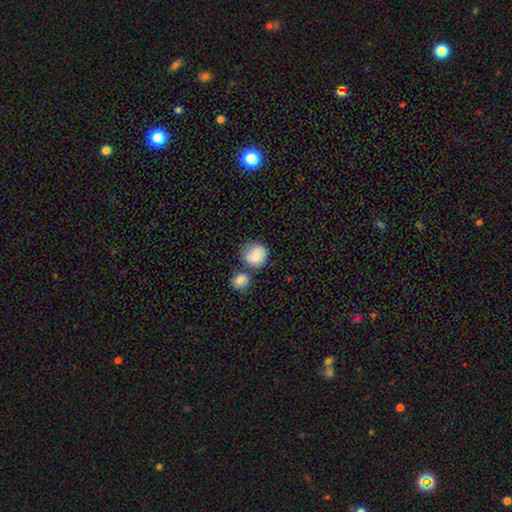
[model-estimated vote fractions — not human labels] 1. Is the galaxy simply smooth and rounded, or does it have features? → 83% smooth, 10% featured or disk, 7% star or artifact.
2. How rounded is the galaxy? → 85% round, 14% in between, 1% cigar-shaped.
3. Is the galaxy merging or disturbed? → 54% none, 24% merger, 16% minor disturbance, 6% major disturbance.